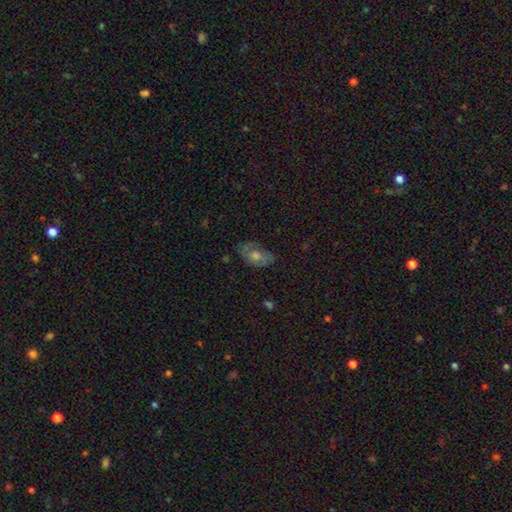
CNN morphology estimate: Smooth or featured: smooth — 43% (tied with featured or disk — 43%)
Merging: none — 68% (minor disturbance — 23%)